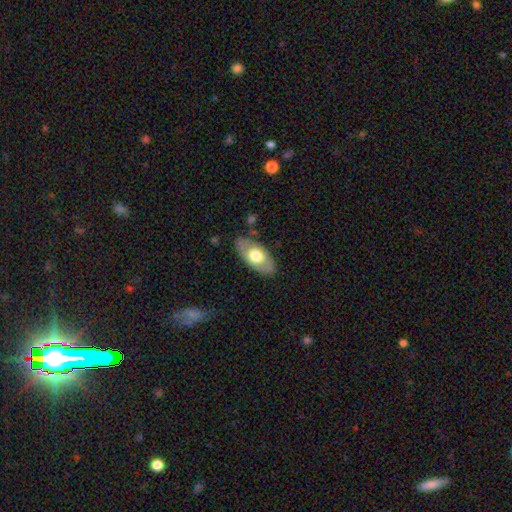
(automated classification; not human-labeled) A smooth galaxy with no disk features (55%) that is in between round and cigar-shaped (92%).

Vote fractions:
- Smooth or featured? smooth: 55% / featured or disk: 40% / star or artifact: 5%
- How rounded? in between: 92% / round: 4% / cigar-shaped: 4%
- Merging? none: 80% / minor disturbance: 15% / major disturbance: 4% / merger: 2%